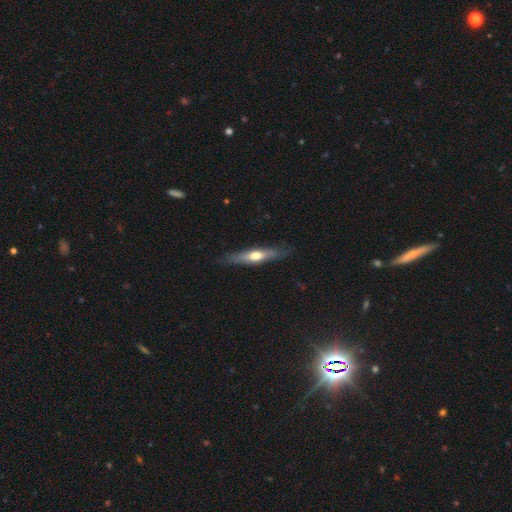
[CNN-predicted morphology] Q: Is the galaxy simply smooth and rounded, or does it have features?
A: featured or disk — 51%.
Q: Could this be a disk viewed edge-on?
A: yes — 86%.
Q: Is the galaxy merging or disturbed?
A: none — 81%.